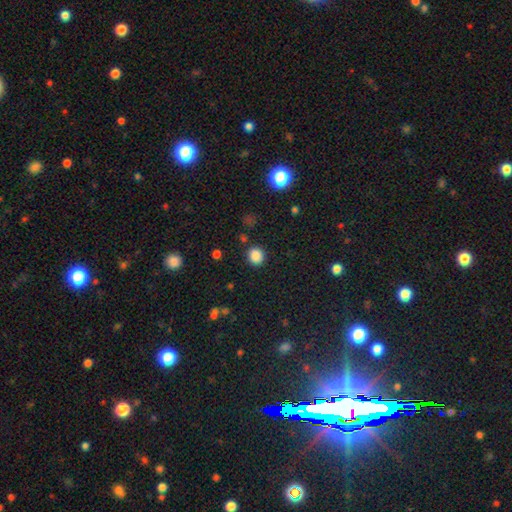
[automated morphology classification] Overall: smooth (85%). How rounded: round (82%). Merging: none (87%).